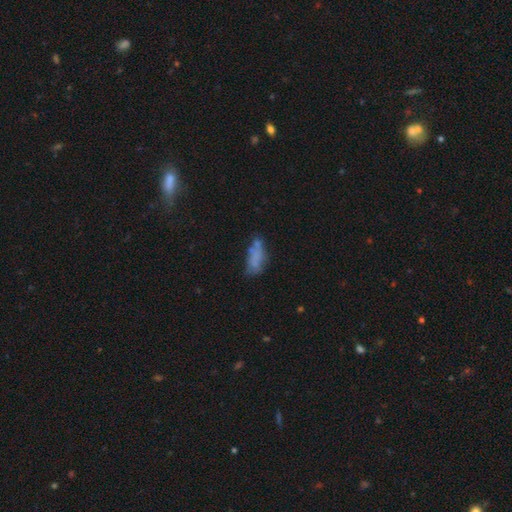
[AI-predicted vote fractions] Overall: smooth (57%; featured or disk 29%). How rounded: in between (77%). Merging: none (43%; minor disturbance 26%).